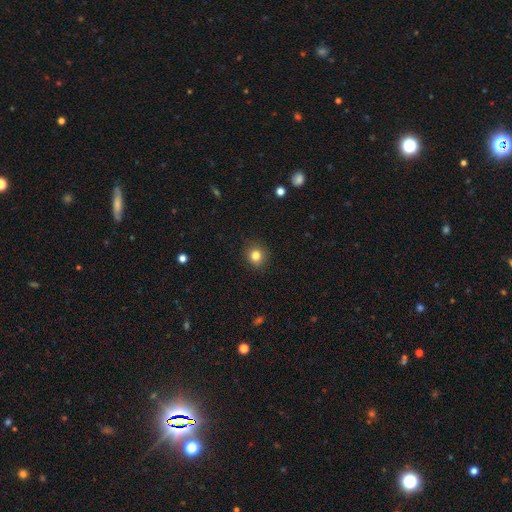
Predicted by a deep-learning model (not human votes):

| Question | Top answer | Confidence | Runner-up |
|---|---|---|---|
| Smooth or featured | smooth | 83% | star or artifact (11%) |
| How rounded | round | 85% | in between (14%) |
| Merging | none | 90% | minor disturbance (7%) |